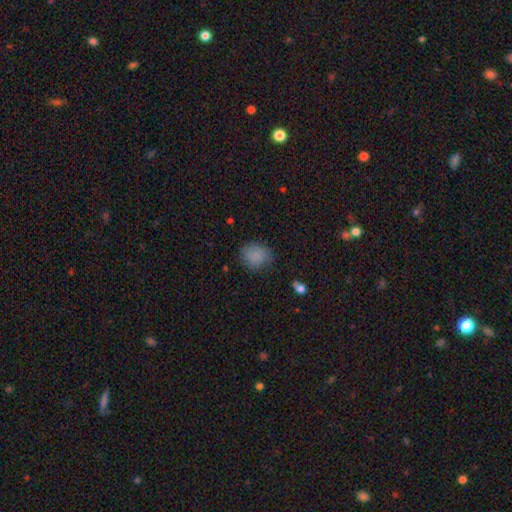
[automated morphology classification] Smooth or featured: smooth — 82% (star or artifact — 11%)
How rounded: round — 62% (in between — 37%)
Merging: none — 67% (minor disturbance — 24%)